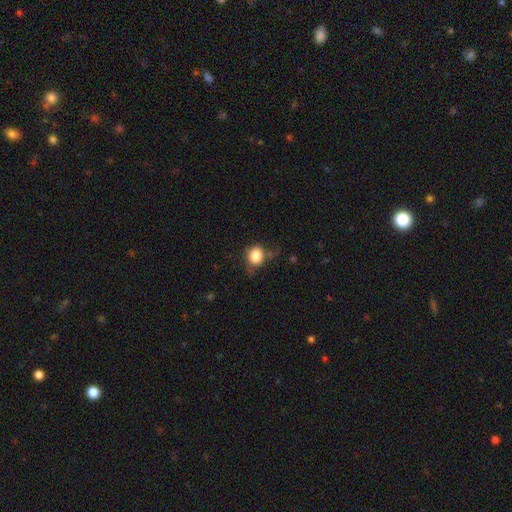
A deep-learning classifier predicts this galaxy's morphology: Smooth or featured? smooth (84%)
How rounded? round (67%)
Merging? none (58%)